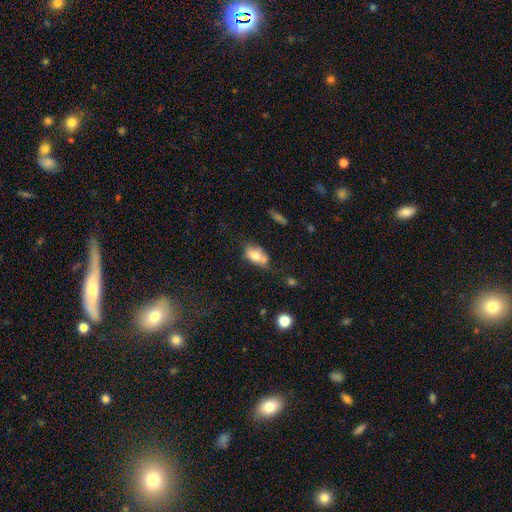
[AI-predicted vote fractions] Smooth or featured: smooth — 71% (featured or disk — 20%)
How rounded: in between — 85% (round — 12%)
Merging: none — 44% (minor disturbance — 25%)